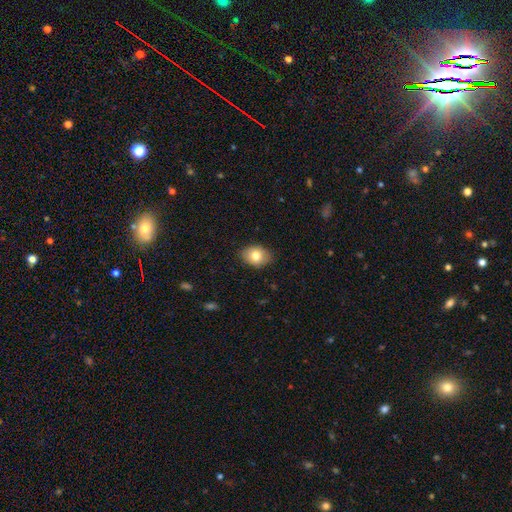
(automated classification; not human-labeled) A smooth galaxy with no disk features (80%) that is in between round and cigar-shaped (68%). Merging: none (85%).